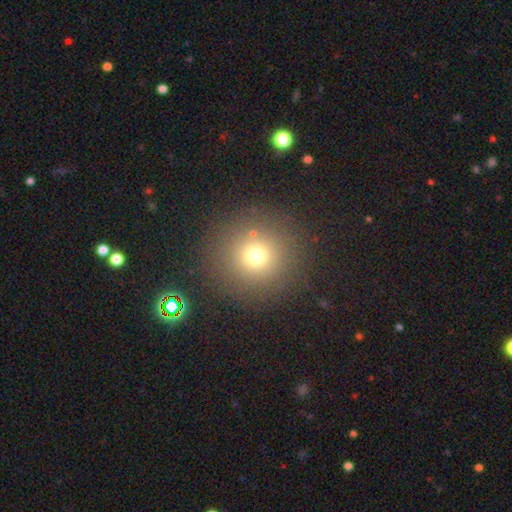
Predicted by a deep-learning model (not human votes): The model was most divided on "smooth or featured": smooth: 70%, star or artifact: 20%, featured or disk: 11%. More confident: how rounded — round (93%); merging — none (86%).